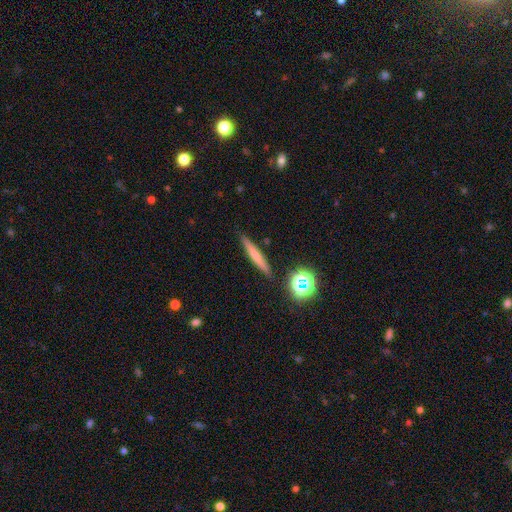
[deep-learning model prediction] Overall: smooth (56%; featured or disk 34%). How rounded: cigar-shaped (93%). Merging: none (89%).